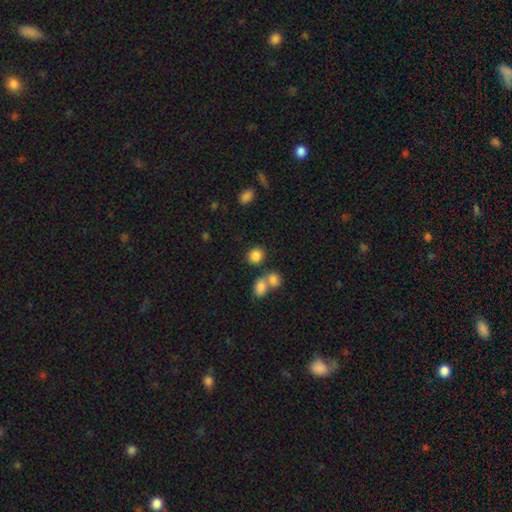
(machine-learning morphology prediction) This appears to be a smooth galaxy with no disk features (84%) that is round (72%). Merging: none (67%).